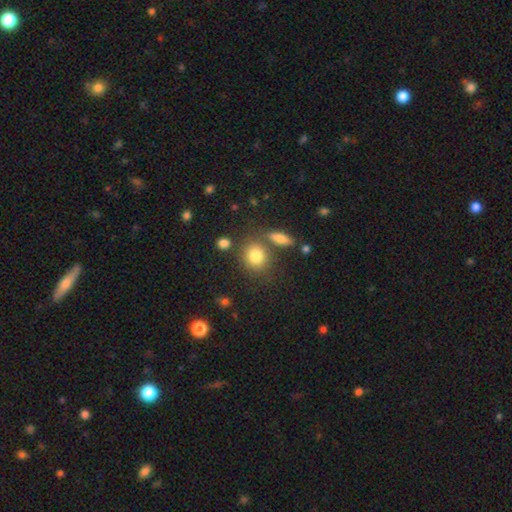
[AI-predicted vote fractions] This is clearly a smooth galaxy (81%). How rounded: likely round (73%). Merging: likely none (69%).